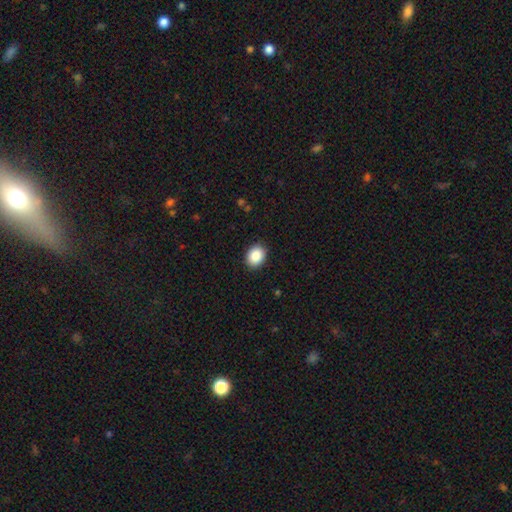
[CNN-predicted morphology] Overall: smooth (89%). How rounded: in between (54%; round 45%). Merging: none (90%).